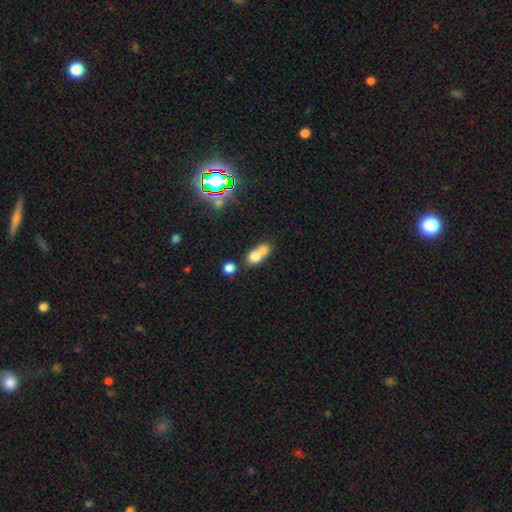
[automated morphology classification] smooth_or_featured: smooth (p=0.71) [alt: featured or disk p=0.17]
how_rounded: round (p=0.49) [alt: in between p=0.46]
merging: merger (p=0.66) [alt: none p=0.24]